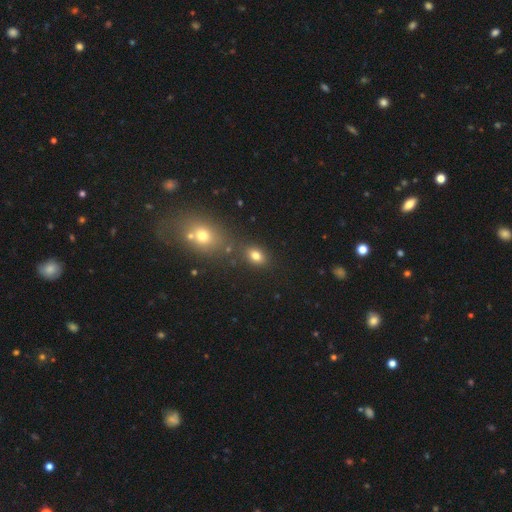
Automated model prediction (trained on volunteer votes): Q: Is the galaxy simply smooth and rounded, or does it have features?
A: smooth — 78%.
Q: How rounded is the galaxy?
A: in between — 70%.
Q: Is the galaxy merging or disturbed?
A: none — 74%.